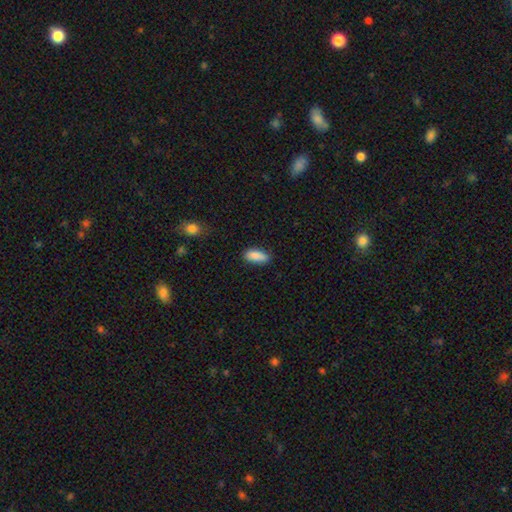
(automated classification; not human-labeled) Smooth or featured?
  - smooth: 88% *
  - star or artifact: 7%
  - featured or disk: 5%
How rounded?
  - in between: 79% *
  - cigar-shaped: 19%
  - round: 2%
Merging?
  - none: 76% *
  - minor disturbance: 18%
  - major disturbance: 3%
  - merger: 2%